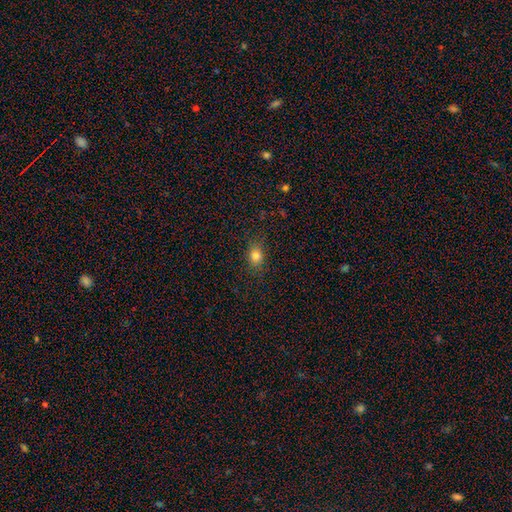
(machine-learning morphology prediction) This is clearly a smooth galaxy (81%). How rounded: possibly in between (57%). Merging: clearly none (85%).